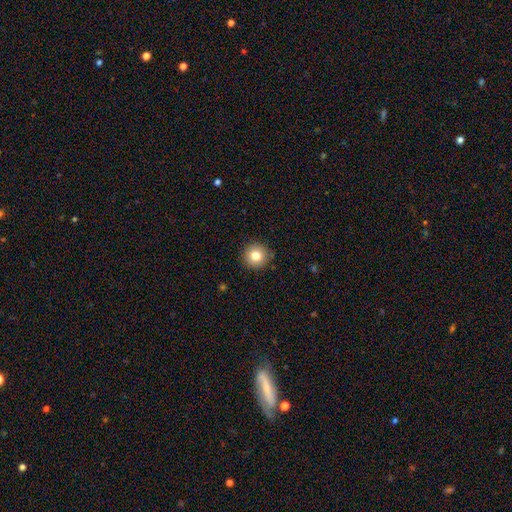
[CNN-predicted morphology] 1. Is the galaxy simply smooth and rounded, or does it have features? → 80% smooth, 11% star or artifact, 9% featured or disk.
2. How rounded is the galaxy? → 95% round, 4% in between, 1% cigar-shaped.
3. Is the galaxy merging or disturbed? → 90% none, 7% minor disturbance, 2% major disturbance, 1% merger.